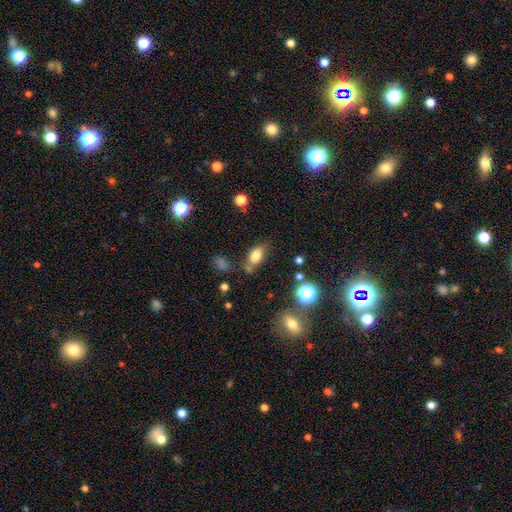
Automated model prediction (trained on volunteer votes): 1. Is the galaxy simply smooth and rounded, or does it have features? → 78% smooth, 11% star or artifact, 11% featured or disk.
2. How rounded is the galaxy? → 85% in between, 11% round, 4% cigar-shaped.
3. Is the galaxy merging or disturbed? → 65% none, 19% minor disturbance, 10% merger, 6% major disturbance.